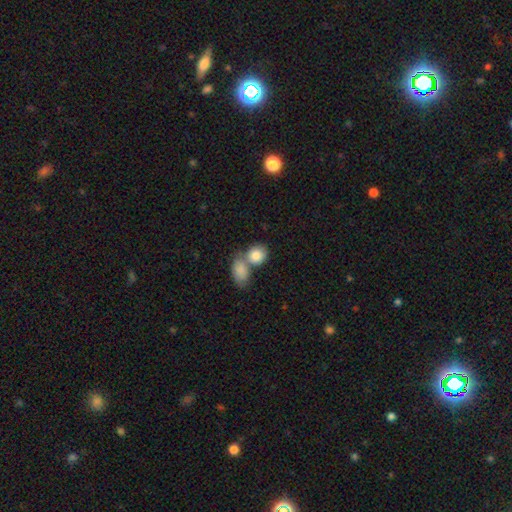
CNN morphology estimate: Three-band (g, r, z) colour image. It shows a smooth galaxy with no disk features (85%) that is round (54%). Merging: merger (55%).